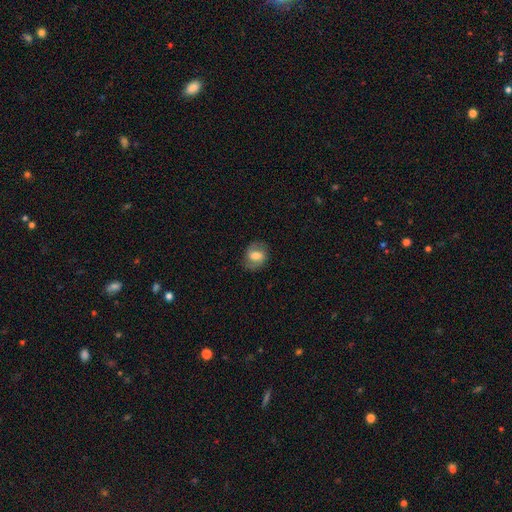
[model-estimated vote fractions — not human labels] smooth-or-featured: smooth: 47% | featured or disk: 44% | star or artifact: 9%
  merging: none: 78% | minor disturbance: 15% | major disturbance: 6% | merger: 1%